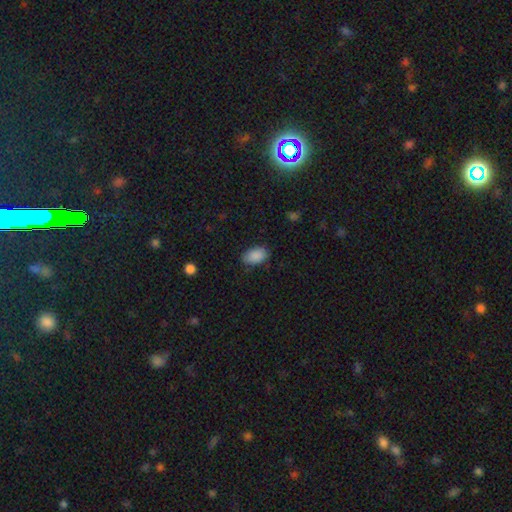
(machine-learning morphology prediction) A smooth galaxy with no disk features (89%) that is in between round and cigar-shaped (91%).

Vote fractions:
- Smooth or featured? smooth: 89% / star or artifact: 7% / featured or disk: 4%
- How rounded? in between: 91% / round: 7% / cigar-shaped: 1%
- Merging? none: 81% / minor disturbance: 15% / major disturbance: 3% / merger: 1%